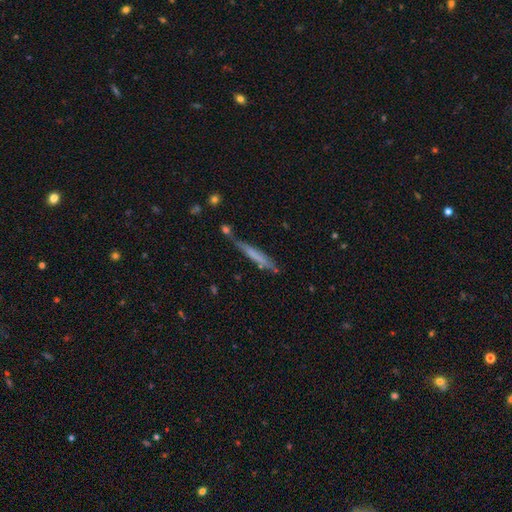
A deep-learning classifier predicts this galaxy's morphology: smooth 51%, featured or disk 41%, star or artifact 7%. Down the decision tree: how rounded — cigar-shaped (94%); merging — none (60%).